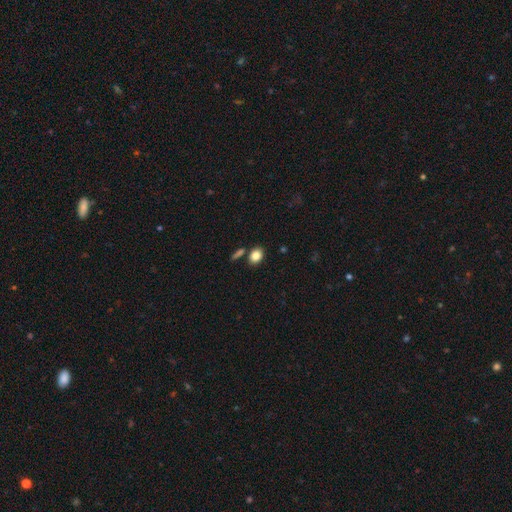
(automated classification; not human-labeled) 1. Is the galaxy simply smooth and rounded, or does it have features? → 84% smooth, 10% star or artifact, 6% featured or disk.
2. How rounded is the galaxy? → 65% in between, 33% round, 2% cigar-shaped.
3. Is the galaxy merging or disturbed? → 76% none, 11% minor disturbance, 10% merger, 3% major disturbance.